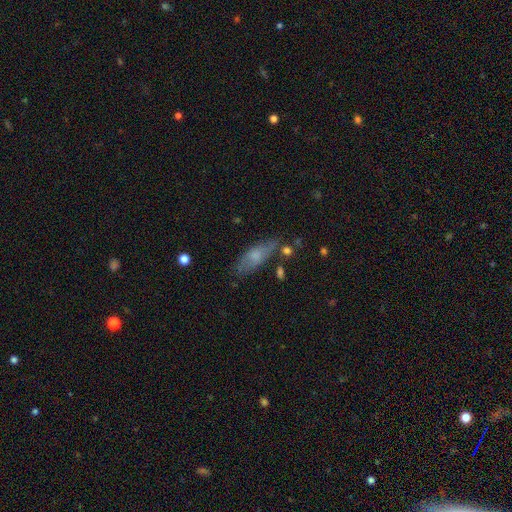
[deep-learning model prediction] A smooth galaxy with no disk features (65%) that is in between round and cigar-shaped (62%).

Vote fractions:
- Smooth or featured? smooth: 65% / featured or disk: 27% / star or artifact: 8%
- How rounded? in between: 62% / cigar-shaped: 35% / round: 3%
- Merging? none: 64% / minor disturbance: 23% / major disturbance: 8% / merger: 5%